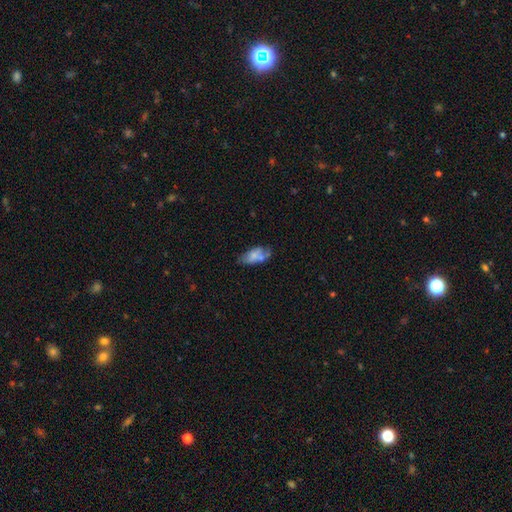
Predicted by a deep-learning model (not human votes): This appears to be a smooth galaxy with no disk features (62%) that is in between round and cigar-shaped (89%). Merging: none (43%).